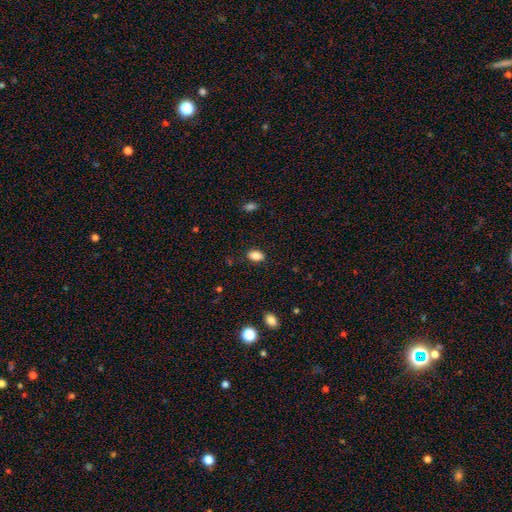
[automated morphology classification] The model was most divided on "merging": none: 85%, minor disturbance: 11%, major disturbance: 3%, merger: 1%. More confident: how rounded — in between (90%); smooth or featured — smooth (86%).